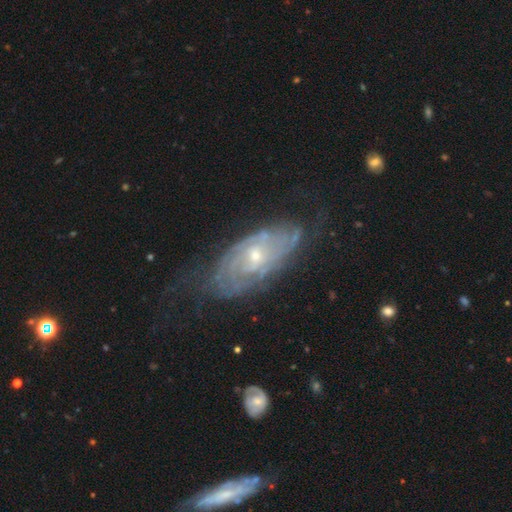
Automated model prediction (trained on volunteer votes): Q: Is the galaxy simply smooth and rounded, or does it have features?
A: featured or disk — 80%.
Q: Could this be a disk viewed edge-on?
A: no — 91%.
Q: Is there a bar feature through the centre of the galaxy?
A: no — 69%.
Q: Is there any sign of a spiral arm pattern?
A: yes — 86%.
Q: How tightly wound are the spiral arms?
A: tight — 68%.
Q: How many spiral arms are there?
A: can't tell — 54%.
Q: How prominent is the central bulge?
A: small — 56%.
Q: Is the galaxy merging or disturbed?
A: none — 64%.